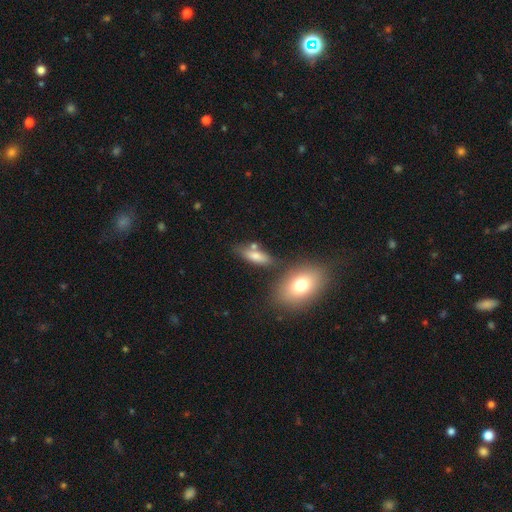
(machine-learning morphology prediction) Q: Smooth or featured?
A: smooth (71%); runner-up: featured or disk (20%)
Q: How rounded?
A: in between (64%); runner-up: cigar-shaped (31%)
Q: Merging?
A: none (65%); runner-up: minor disturbance (16%)